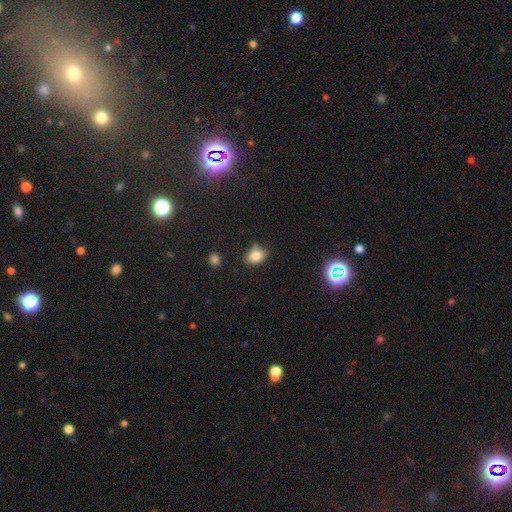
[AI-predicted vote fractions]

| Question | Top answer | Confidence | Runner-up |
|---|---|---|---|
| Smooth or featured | smooth | 82% | star or artifact (11%) |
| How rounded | in between | 66% | round (32%) |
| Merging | none | 62% | minor disturbance (26%) |